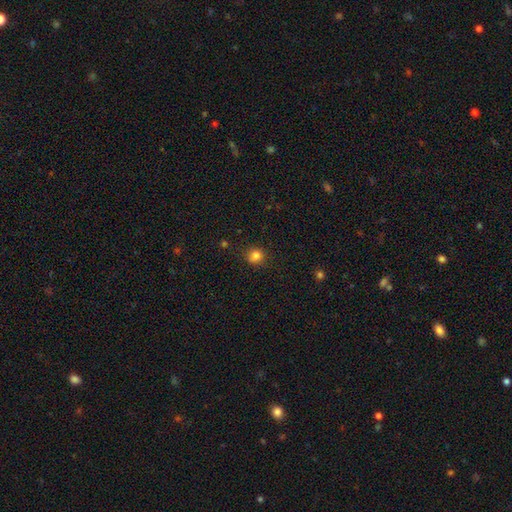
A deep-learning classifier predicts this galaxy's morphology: type=smooth (82%); roundness=round (87%); merging=none (84%).